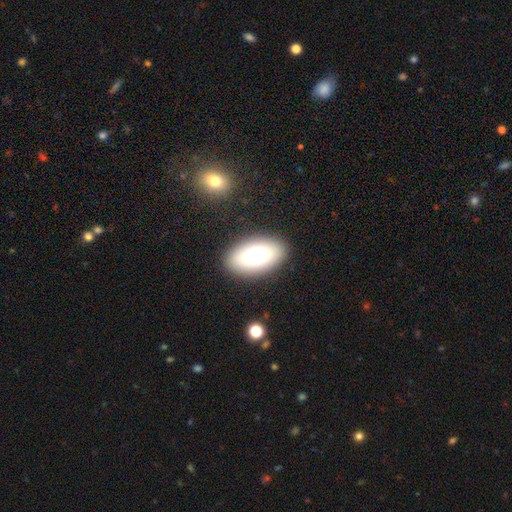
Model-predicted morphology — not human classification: smooth_or_featured: smooth (p=0.68) [alt: featured or disk p=0.22]
how_rounded: in between (p=0.89) [alt: round p=0.09]
merging: none (p=0.86) [alt: minor disturbance p=0.09]